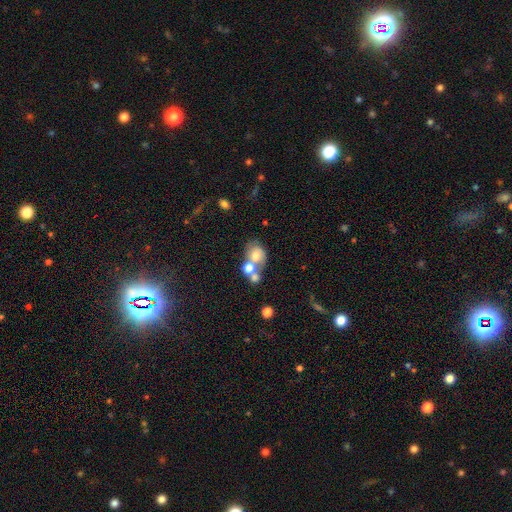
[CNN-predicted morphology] smooth-or-featured: smooth: 59% | featured or disk: 29% | star or artifact: 12%
  how-rounded: round: 51% | in between: 48% | cigar-shaped: 1%
  merging: merger: 49% | none: 29% | minor disturbance: 12% | major disturbance: 9%